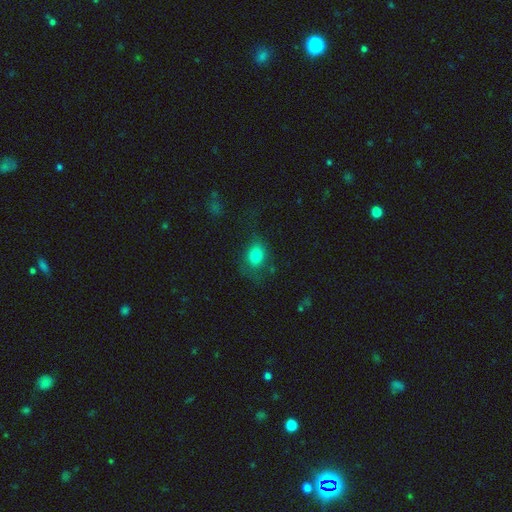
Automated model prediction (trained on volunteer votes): smooth_or_featured: smooth (p=0.76) [alt: featured or disk p=0.12]
how_rounded: in between (p=0.59) [alt: round p=0.39]
merging: none (p=0.54) [alt: minor disturbance p=0.24]